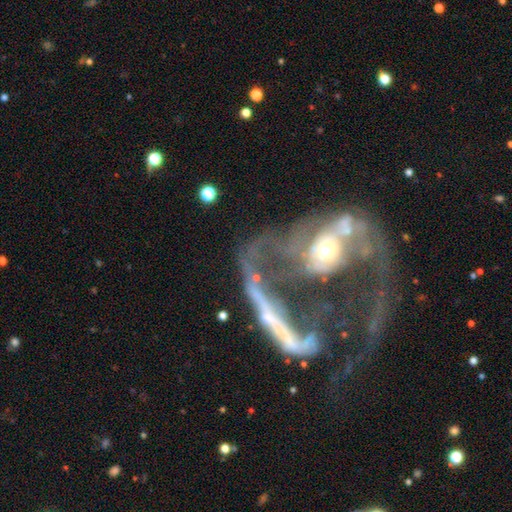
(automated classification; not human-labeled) This appears to be a featured or disk galaxy (71%) with no bar (72%), spiral arms (51%) and a small central bulge (46%). Merging: merger (53%).